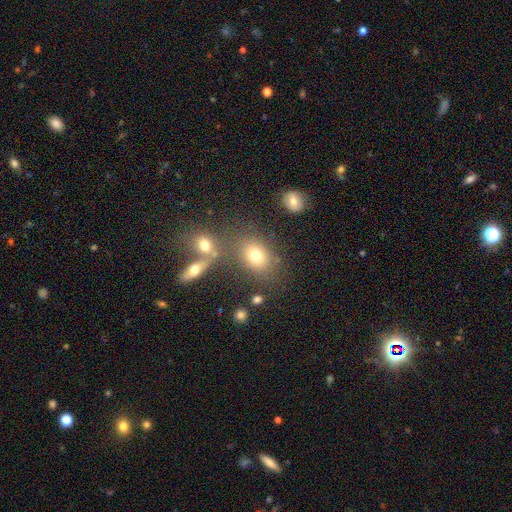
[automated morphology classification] smooth_or_featured: smooth (p=0.72) [alt: star or artifact p=0.14]
how_rounded: in between (p=0.63) [alt: round p=0.35]
merging: none (p=0.68) [alt: merger p=0.14]